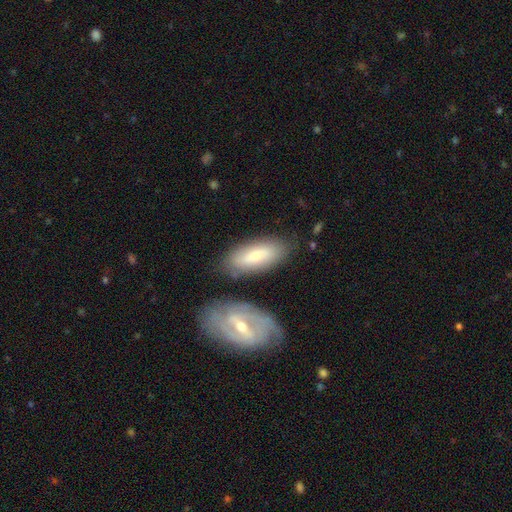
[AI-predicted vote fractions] A smooth galaxy with no disk features (64%) that is in between round and cigar-shaped (76%). Merging: none (75%).